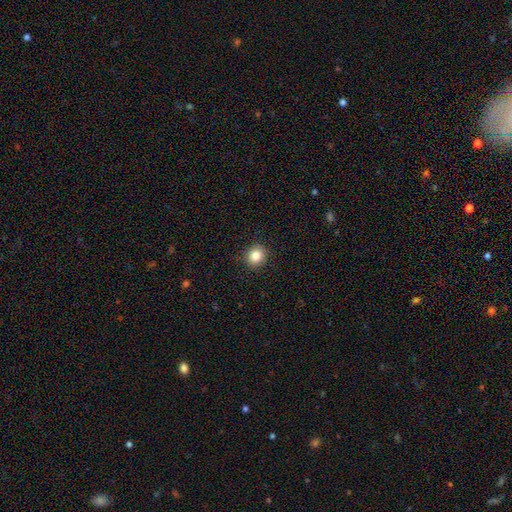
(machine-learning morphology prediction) Smooth or featured? smooth (84%)
How rounded? round (87%)
Merging? none (91%)